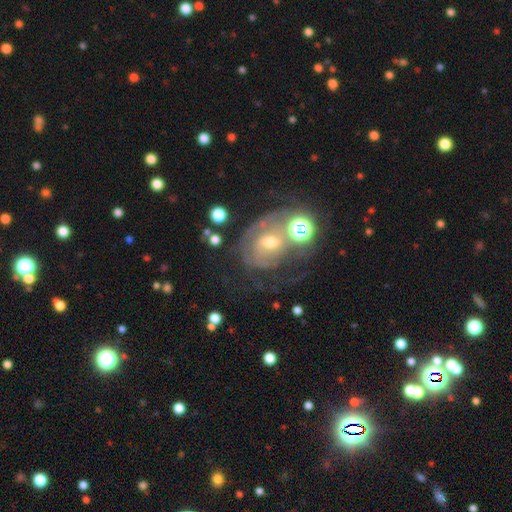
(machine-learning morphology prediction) smooth_or_featured: featured or disk (p=0.71) [alt: smooth p=0.16]
disk_edge_on: no (p=0.96) [alt: yes p=0.04]
bar: no (p=0.61) [alt: weak p=0.29]
has_spiral_arms: yes (p=0.79) [alt: no p=0.21]
spiral_winding: tight (p=0.62) [alt: medium p=0.28]
spiral_arm_count: can't tell (p=0.41) [alt: 2 p=0.35]
bulge_size: small (p=0.50) [alt: moderate p=0.44]
merging: none (p=0.50) [alt: minor disturbance p=0.18]